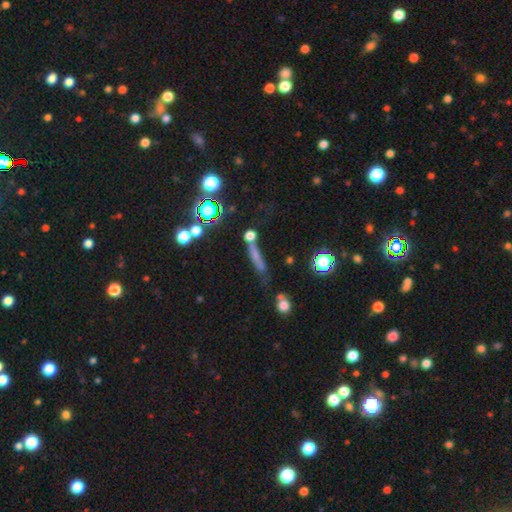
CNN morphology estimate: Smooth or featured: smooth — 53% (featured or disk — 26%)
How rounded: cigar-shaped — 77% (in between — 13%)
Merging: none — 51% (minor disturbance — 20%)